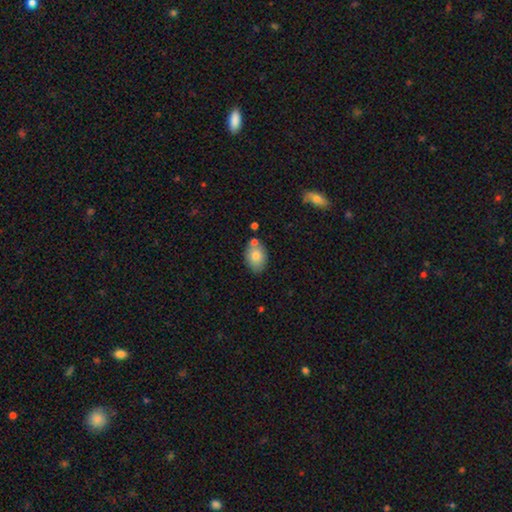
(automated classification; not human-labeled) smooth_or_featured: smooth (p=0.77) [alt: featured or disk p=0.15]
how_rounded: in between (p=0.78) [alt: round p=0.21]
merging: none (p=0.68) [alt: minor disturbance p=0.15]